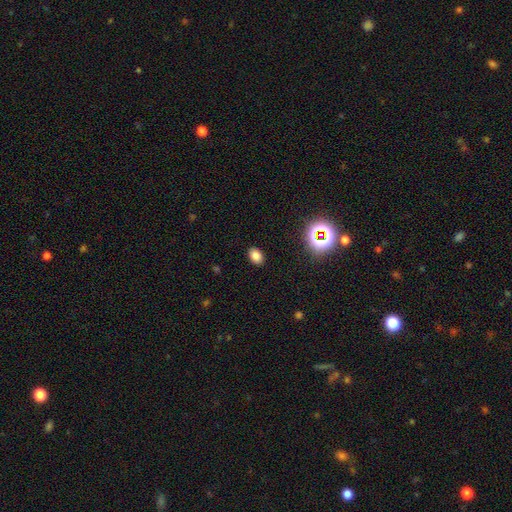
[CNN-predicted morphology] A smooth galaxy with no disk features (80%) that is in between round and cigar-shaped (77%).

Vote fractions:
- Smooth or featured? smooth: 80% / star or artifact: 15% / featured or disk: 5%
- How rounded? in between: 77% / round: 22% / cigar-shaped: 1%
- Merging? none: 89% / minor disturbance: 8% / major disturbance: 2% / merger: 1%